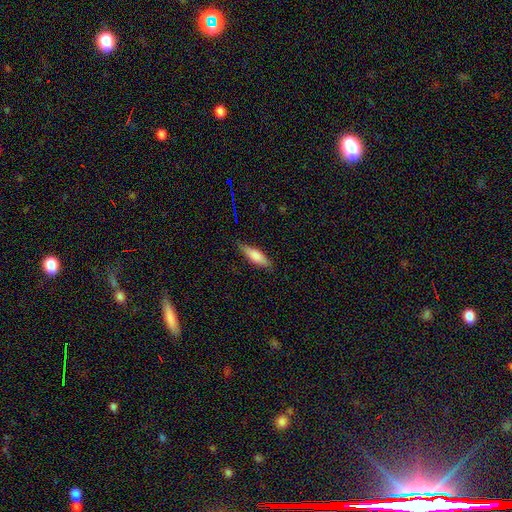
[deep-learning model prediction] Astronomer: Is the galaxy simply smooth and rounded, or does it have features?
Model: smooth — 73%.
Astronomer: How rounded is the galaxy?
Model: cigar-shaped — 57% (runner-up: in between, 42%).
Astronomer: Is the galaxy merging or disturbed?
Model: none — 83%.